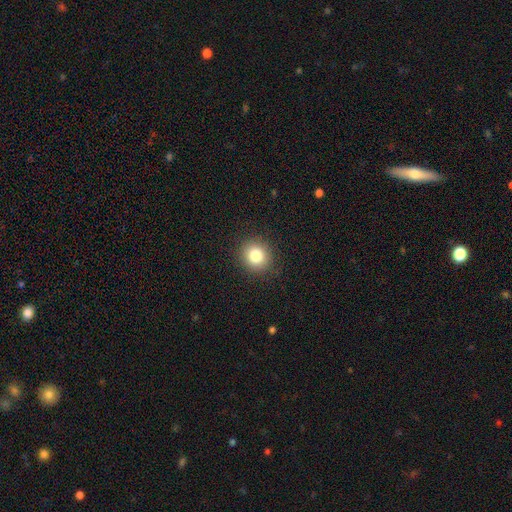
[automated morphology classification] Q: Smooth or featured?
A: smooth (82%); runner-up: star or artifact (11%)
Q: How rounded?
A: round (86%); runner-up: in between (13%)
Q: Merging?
A: none (90%); runner-up: minor disturbance (7%)